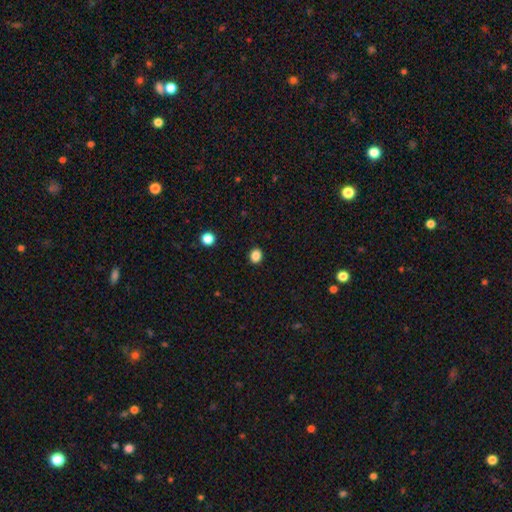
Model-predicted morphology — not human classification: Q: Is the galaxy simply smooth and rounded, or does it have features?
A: smooth — 86%.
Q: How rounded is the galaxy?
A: round — 68%.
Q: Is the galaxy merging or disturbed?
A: none — 91%.